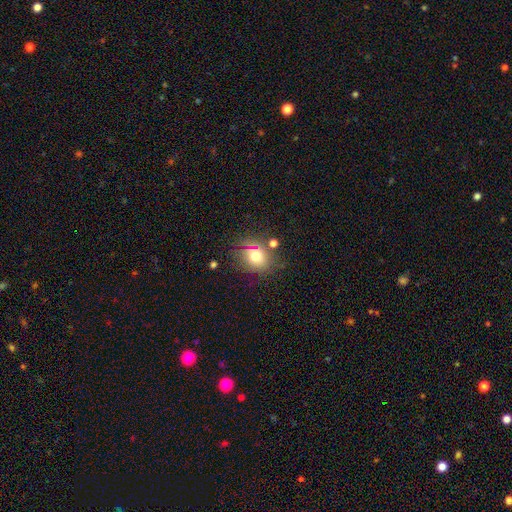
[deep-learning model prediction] smooth 69%, star or artifact 16%, featured or disk 14%. Down the decision tree: how rounded — round (61%); merging — none (70%).